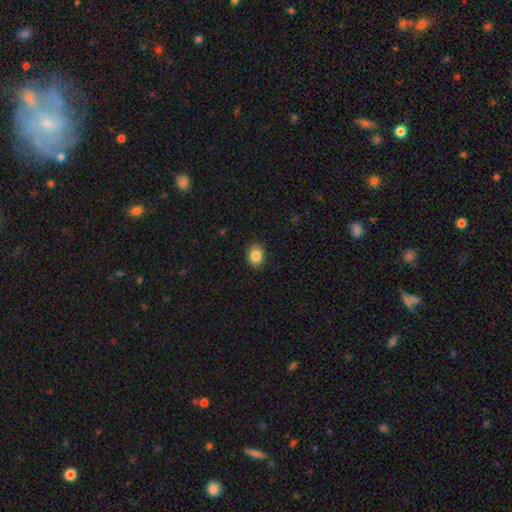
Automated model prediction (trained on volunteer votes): Morphology: type=smooth (84%); roundness=round (52%); merging=none (89%).